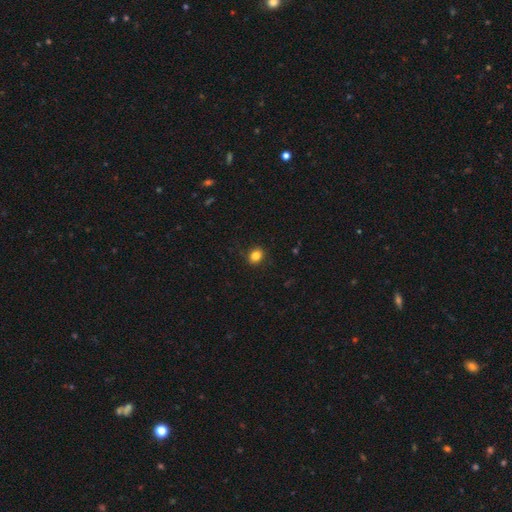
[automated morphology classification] A smooth galaxy with no disk features (84%) that is round (58%).

Vote fractions:
- Smooth or featured? smooth: 84% / star or artifact: 11% / featured or disk: 5%
- How rounded? round: 58% / in between: 41% / cigar-shaped: 1%
- Merging? none: 88% / minor disturbance: 9% / major disturbance: 2% / merger: 1%